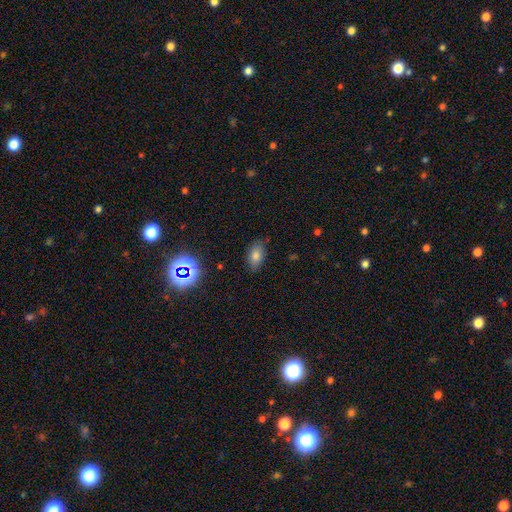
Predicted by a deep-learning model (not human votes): smooth-or-featured: smooth: 76% | star or artifact: 14% | featured or disk: 10%
  how-rounded: in between: 89% | round: 7% | cigar-shaped: 3%
  merging: none: 81% | minor disturbance: 15% | major disturbance: 3% | merger: 2%